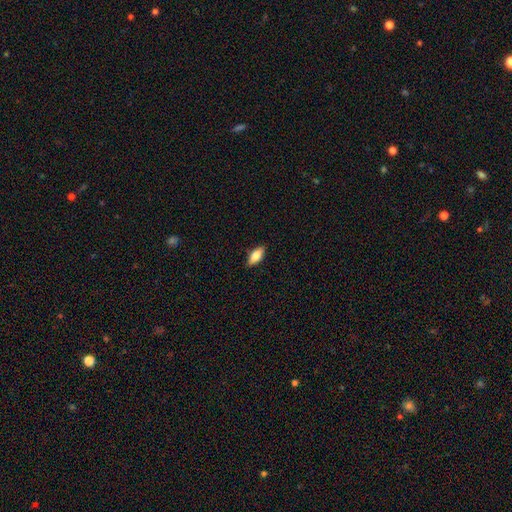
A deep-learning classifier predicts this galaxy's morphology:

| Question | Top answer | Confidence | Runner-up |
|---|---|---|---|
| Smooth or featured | smooth | 78% | featured or disk (15%) |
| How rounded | in between | 85% | cigar-shaped (13%) |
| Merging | none | 88% | minor disturbance (10%) |